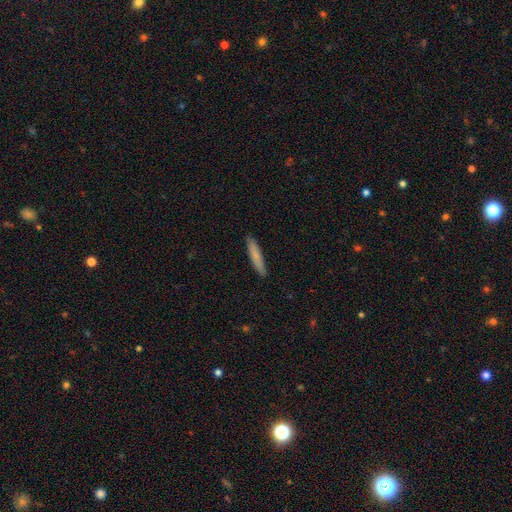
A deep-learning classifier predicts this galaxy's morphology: Overall: smooth (74%). How rounded: cigar-shaped (91%). Merging: none (90%).